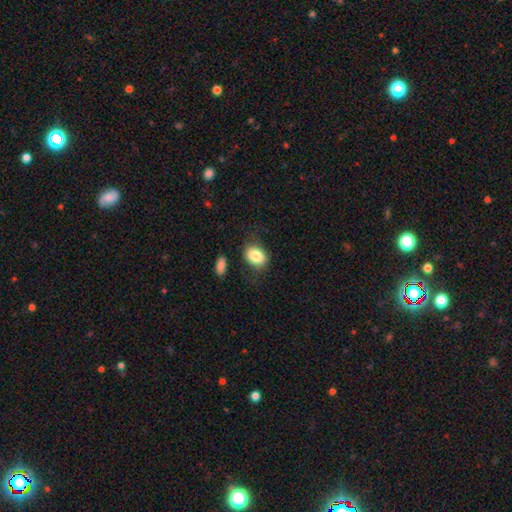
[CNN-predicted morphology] Smooth or featured? Predicted: smooth (p=0.85). How rounded? Predicted: in between (p=0.70). Merging? Predicted: none (p=0.71).